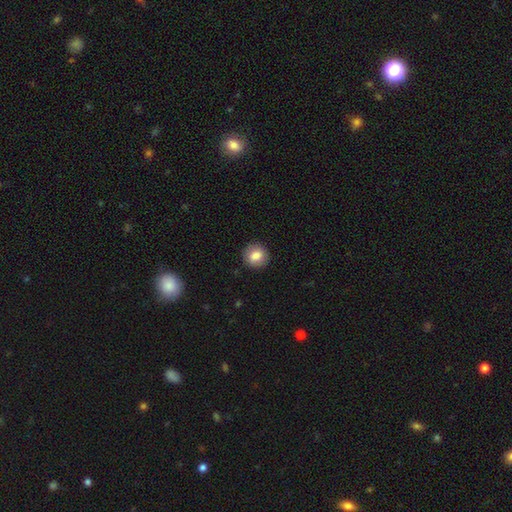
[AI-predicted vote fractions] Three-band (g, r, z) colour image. It shows a smooth galaxy with no disk features (82%) that is round (85%). Merging: none (89%).